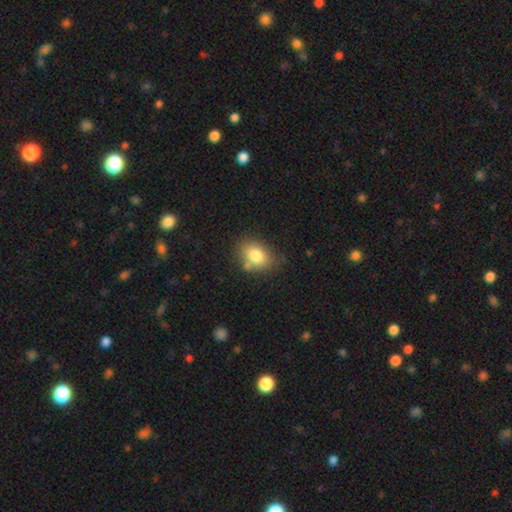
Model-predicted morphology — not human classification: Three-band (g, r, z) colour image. It shows a smooth galaxy with no disk features (80%) that is in between round and cigar-shaped (73%). Merging: none (64%).